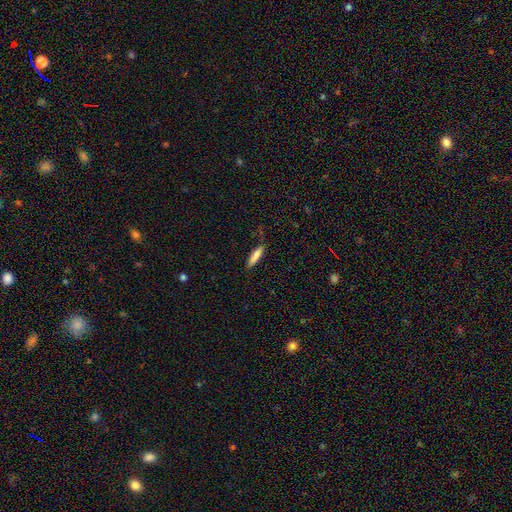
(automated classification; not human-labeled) Q: Smooth or featured?
A: smooth (78%); runner-up: featured or disk (15%)
Q: How rounded?
A: cigar-shaped (85%); runner-up: in between (14%)
Q: Merging?
A: none (71%); runner-up: minor disturbance (20%)